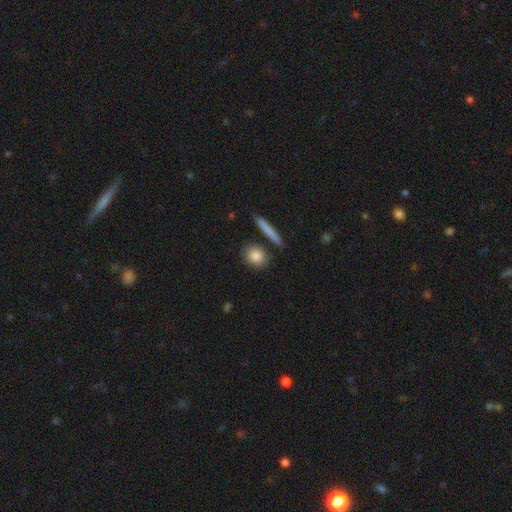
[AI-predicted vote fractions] smooth_or_featured: smooth (p=0.85) [alt: featured or disk p=0.08]
how_rounded: round (p=0.62) [alt: in between p=0.29]
merging: none (p=0.82) [alt: minor disturbance p=0.09]